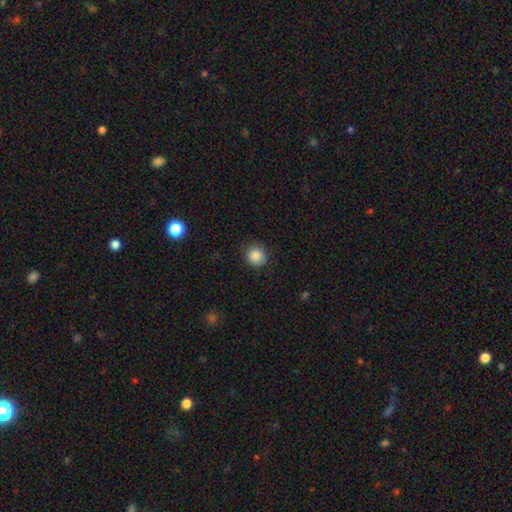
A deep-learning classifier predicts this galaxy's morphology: This appears to be a smooth galaxy with no disk features (87%) that is round (91%). Merging: none (88%).